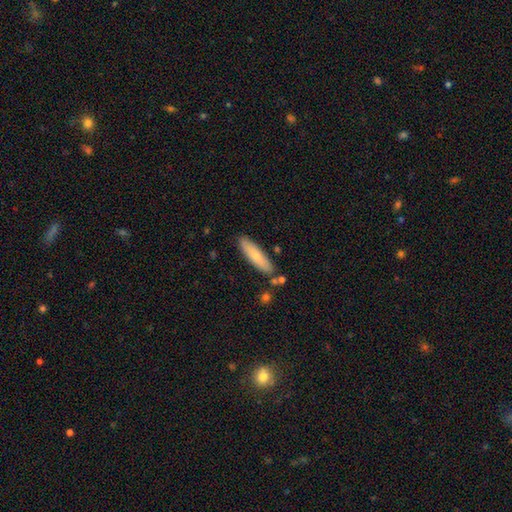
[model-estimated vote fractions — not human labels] smooth_or_featured: smooth (p=0.75) [alt: featured or disk p=0.19]
how_rounded: cigar-shaped (p=0.73) [alt: in between p=0.26]
merging: none (p=0.82) [alt: minor disturbance p=0.11]